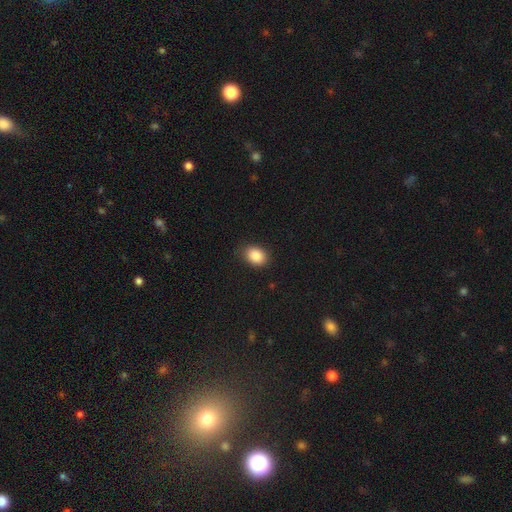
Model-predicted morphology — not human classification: The model was most divided on "how rounded": in between: 67%, round: 32%, cigar-shaped: 1%. More confident: smooth or featured — smooth (87%); merging — none (84%).